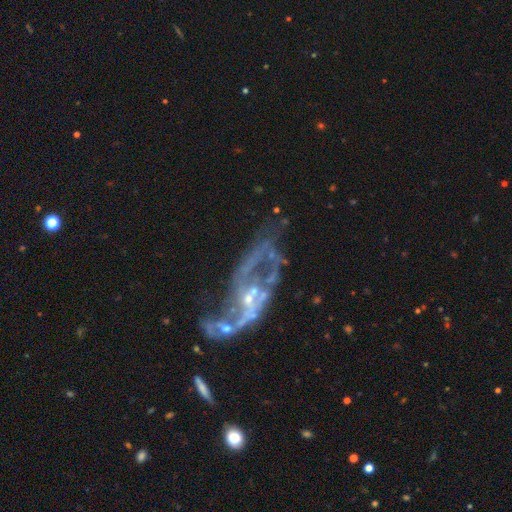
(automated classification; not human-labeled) This is clearly a featured or disk galaxy (83%). It is clearly not viewed edge-on (94%). Bar: possibly no (56%). Spiral arm pattern: likely yes (77%). Spiral arm count: possibly 2 (59%). Spiral winding: likely loose (63%). Central bulge: likely small (60%). Merging: marginally major disturbance (32%).